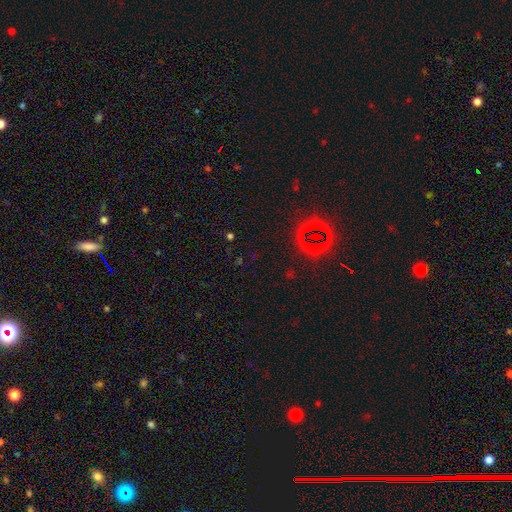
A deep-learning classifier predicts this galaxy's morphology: Smooth or featured: star or artifact — 71% (smooth — 21%)